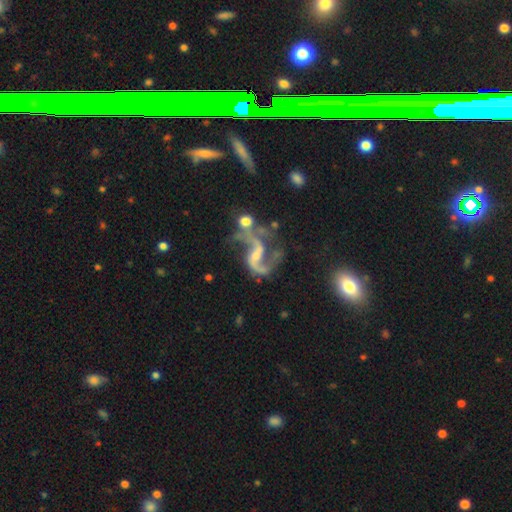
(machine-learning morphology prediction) A featured or disk galaxy (86%) with a weak bar (43%), 2 (88%) loose (68%) spiral arms (94%) and a small central bulge (55%).

Vote fractions:
- Smooth or featured? featured or disk: 86% / star or artifact: 9% / smooth: 5%
- Edge-on disk? no: 97% / yes: 3%
- Bar? weak: 43% / no: 35% / strong: 22%
- Spiral arms? yes: 94% / no: 6%
- Spiral winding? loose: 68% / medium: 27% / tight: 6%
- Spiral arm count? 2: 88% / 1: 5% / can't tell: 3% / 3: 2% / 4: 1% / more than 4: 1%
- Bulge size? small: 55% / moderate: 24% / none: 17% / large: 2% / dominant: 1%
- Merging? none: 43% / major disturbance: 24% / minor disturbance: 19% / merger: 14%